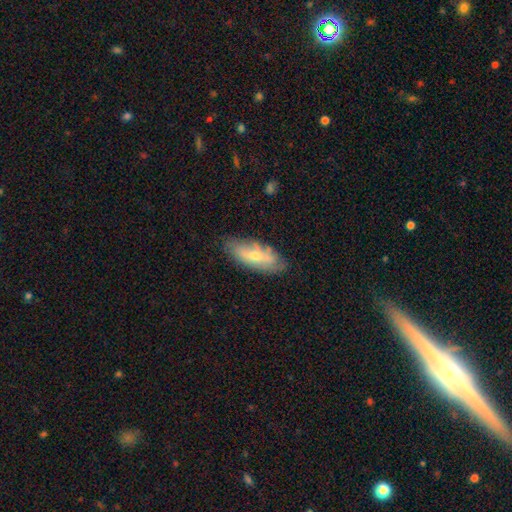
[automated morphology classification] This is possibly a smooth galaxy (51%). How rounded: likely in between (76%). Merging: likely none (71%).